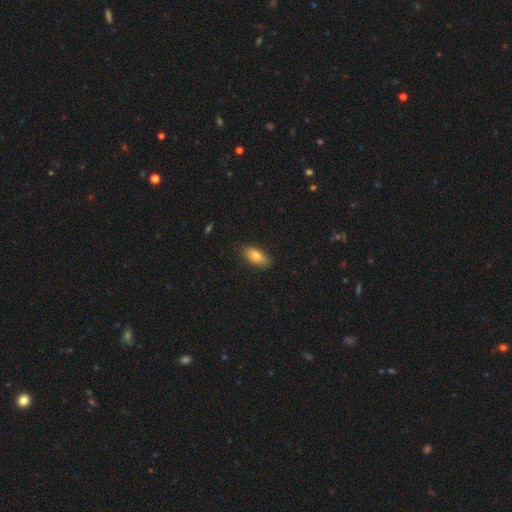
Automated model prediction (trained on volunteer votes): Smooth or featured: smooth — 78% (featured or disk — 15%)
How rounded: in between — 83% (cigar-shaped — 14%)
Merging: none — 83% (minor disturbance — 13%)